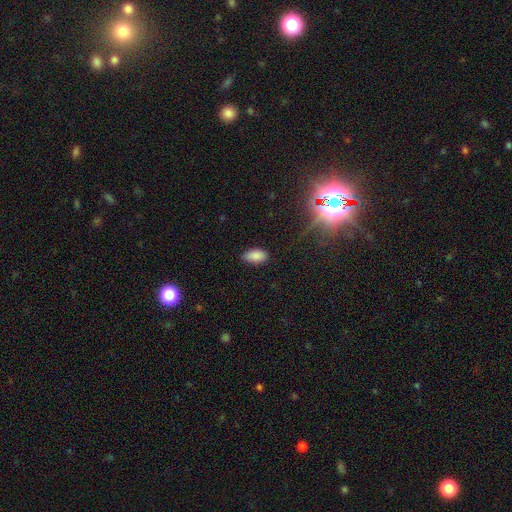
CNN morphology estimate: This appears to be a smooth galaxy with no disk features (85%) that is in between round and cigar-shaped (94%). Merging: none (83%).